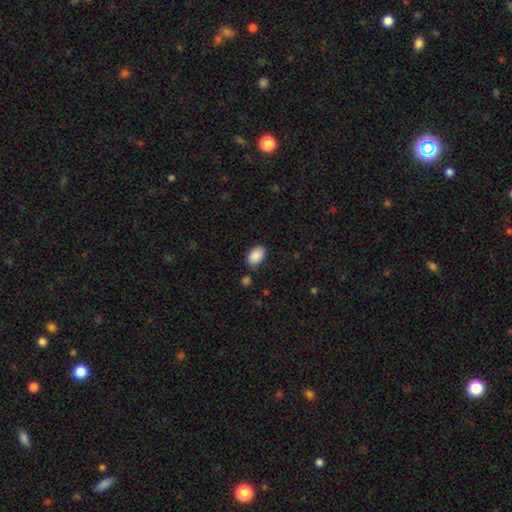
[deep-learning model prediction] Smooth or featured?
  - smooth: 90% *
  - star or artifact: 7%
  - featured or disk: 3%
How rounded?
  - in between: 88% *
  - round: 11%
  - cigar-shaped: 1%
Merging?
  - none: 82% *
  - minor disturbance: 12%
  - merger: 3%
  - major disturbance: 3%